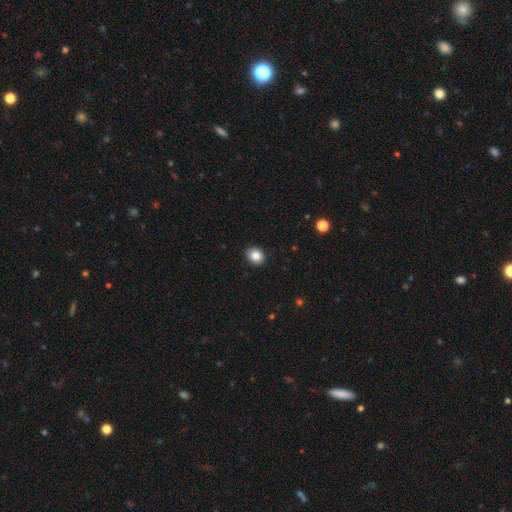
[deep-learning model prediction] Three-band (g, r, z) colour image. It shows a smooth galaxy with no disk features (83%) that is round (70%). Merging: none (91%).